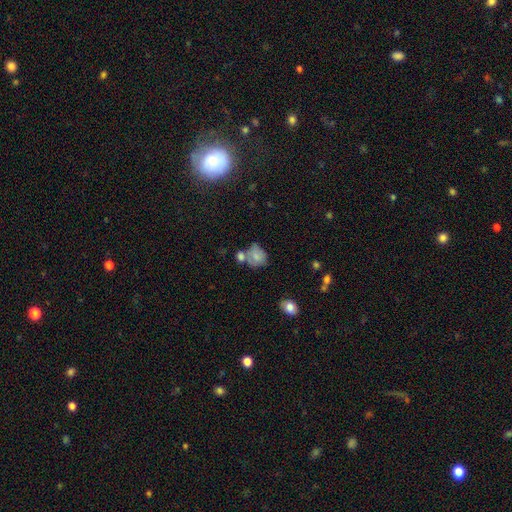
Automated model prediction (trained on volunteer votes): Morphology: type=smooth (71%); roundness=round (57%); merging=none (37%).